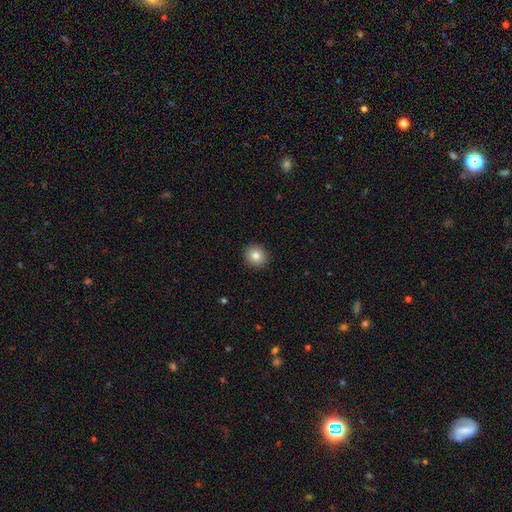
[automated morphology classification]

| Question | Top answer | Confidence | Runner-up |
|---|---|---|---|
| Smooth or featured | smooth | 83% | star or artifact (9%) |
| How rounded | round | 88% | in between (11%) |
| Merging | none | 92% | minor disturbance (6%) |